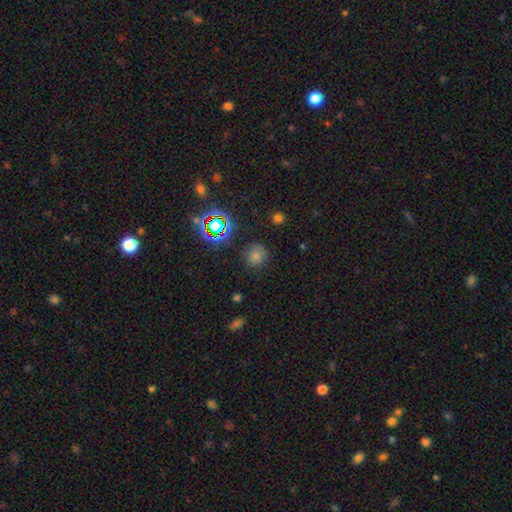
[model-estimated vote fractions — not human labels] The model was most divided on "smooth or featured": smooth: 69%, star or artifact: 24%, featured or disk: 7%. More confident: how rounded — round (89%); merging — none (84%).